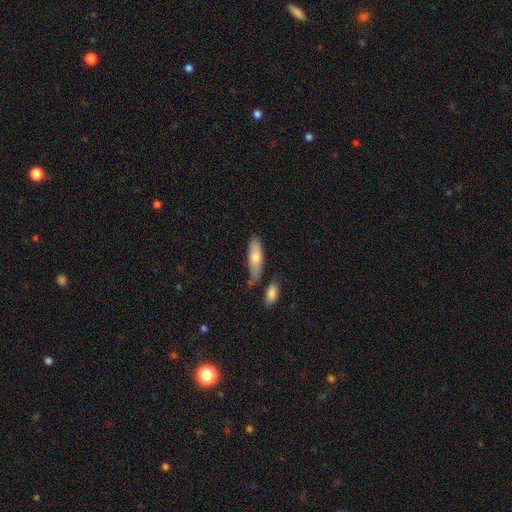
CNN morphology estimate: Smooth or featured? smooth (70%)
How rounded? in between (52%)
Merging? none (60%)